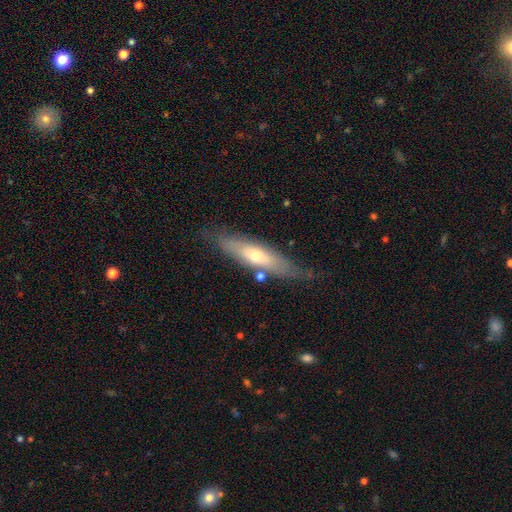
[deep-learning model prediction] Overall: smooth (49%; featured or disk 44%). Merging: none (73%).